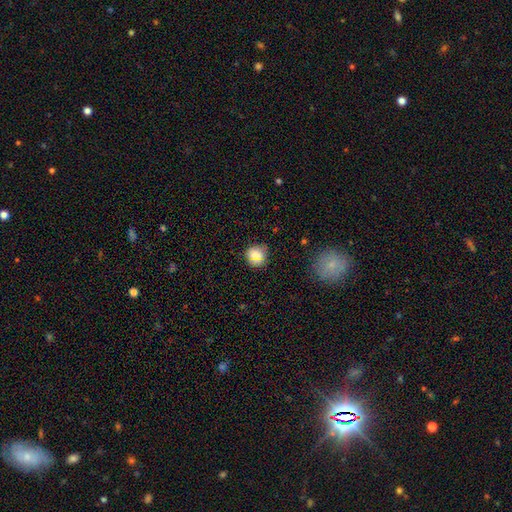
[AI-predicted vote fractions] Q: Smooth or featured?
A: smooth (79%); runner-up: star or artifact (11%)
Q: How rounded?
A: round (82%); runner-up: in between (16%)
Q: Merging?
A: none (75%); runner-up: minor disturbance (18%)